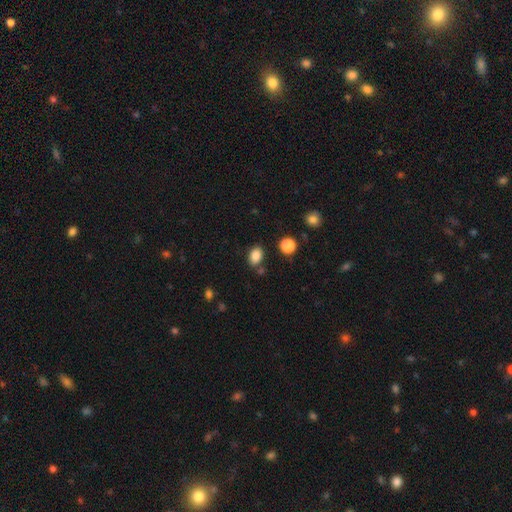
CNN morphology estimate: smooth-or-featured: smooth: 85% | star or artifact: 10% | featured or disk: 4%
  how-rounded: in between: 77% | round: 22% | cigar-shaped: 1%
  merging: none: 76% | minor disturbance: 13% | merger: 7% | major disturbance: 4%